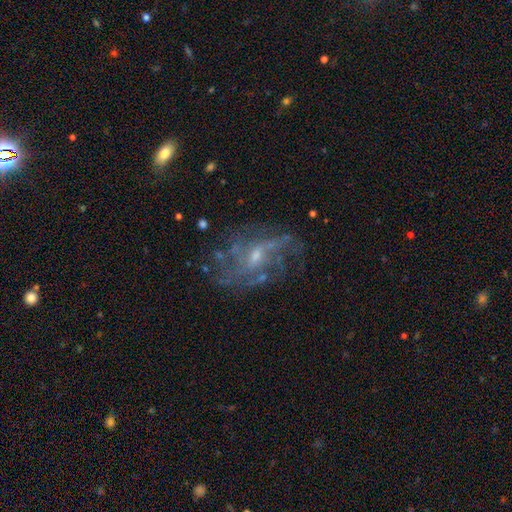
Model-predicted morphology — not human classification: A featured or disk galaxy (77%) with no bar (53%), loose (41%) spiral arms (83%) and a small central bulge (59%).

Vote fractions:
- Smooth or featured? featured or disk: 77% / star or artifact: 13% / smooth: 10%
- Edge-on disk? no: 95% / yes: 5%
- Bar? no: 53% / weak: 39% / strong: 8%
- Spiral arms? yes: 83% / no: 17%
- Spiral winding? loose: 41% / medium: 37% / tight: 22%
- Spiral arm count? can't tell: 40% / 2: 16% / 3: 15% / 4: 14% / more than 4: 8% / 1: 7%
- Bulge size? small: 59% / moderate: 32% / none: 6% / large: 2% / dominant: 1%
- Merging? none: 64% / minor disturbance: 18% / major disturbance: 16% / merger: 2%